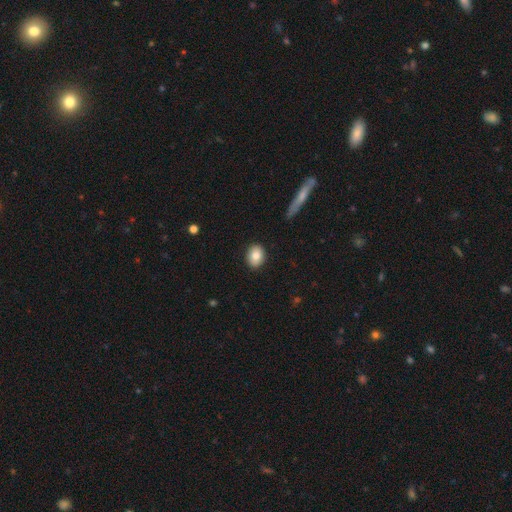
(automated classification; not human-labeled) This appears to be a smooth galaxy with no disk features (81%) that is in between round and cigar-shaped (53%). Merging: none (89%).